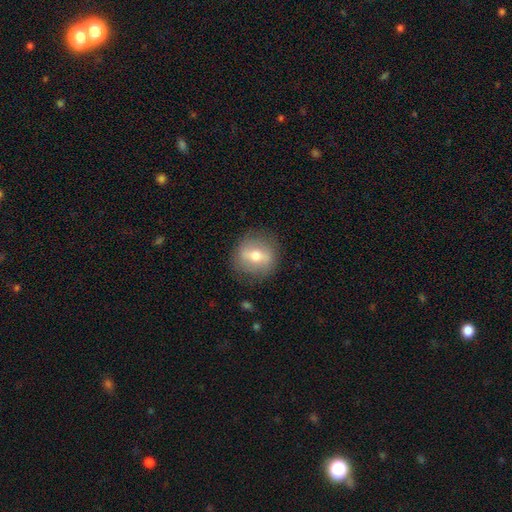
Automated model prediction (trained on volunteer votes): Morphology: type=smooth (47%); merging=none (83%).